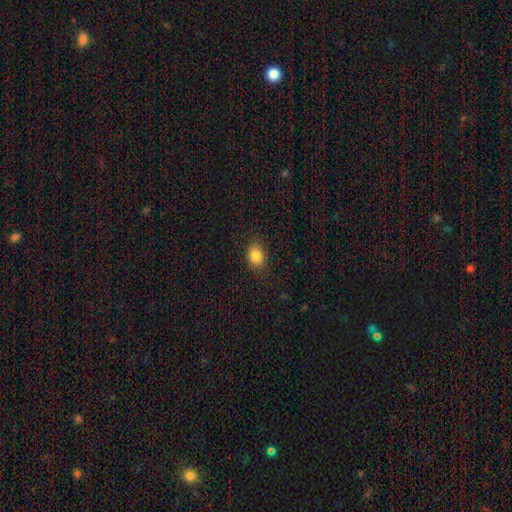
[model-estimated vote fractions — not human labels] Q: Smooth or featured?
A: smooth (86%); runner-up: star or artifact (9%)
Q: How rounded?
A: in between (64%); runner-up: round (35%)
Q: Merging?
A: none (85%); runner-up: minor disturbance (11%)